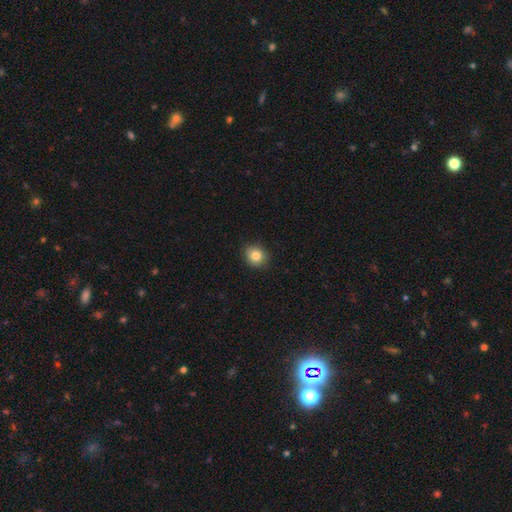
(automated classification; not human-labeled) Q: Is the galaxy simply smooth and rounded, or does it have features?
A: smooth — 82%.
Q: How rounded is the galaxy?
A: round — 79%.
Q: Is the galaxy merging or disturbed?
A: none — 88%.